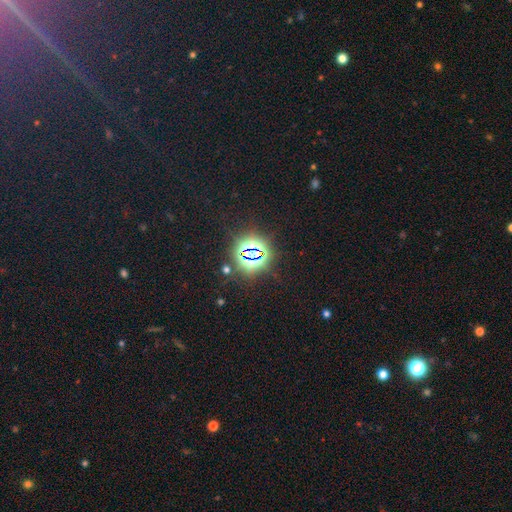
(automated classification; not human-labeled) A star or artifact, not a galaxy (80%).

Vote fractions:
- Smooth or featured? star or artifact: 80% / smooth: 13% / featured or disk: 8%